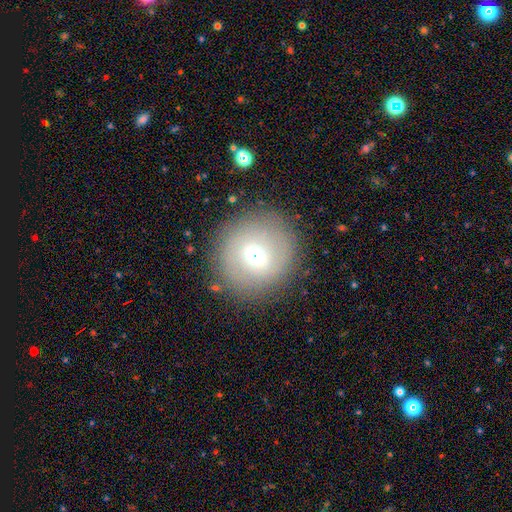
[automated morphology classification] The model was most divided on "smooth or featured": smooth: 56%, featured or disk: 31%, star or artifact: 14%. More confident: how rounded — round (92%); merging — none (80%).